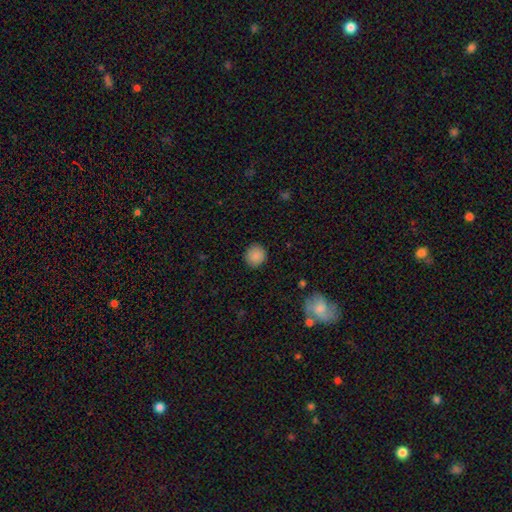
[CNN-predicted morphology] smooth_or_featured: smooth (p=0.88) [alt: star or artifact p=0.09]
how_rounded: round (p=0.89) [alt: in between p=0.10]
merging: none (p=0.90) [alt: minor disturbance p=0.07]